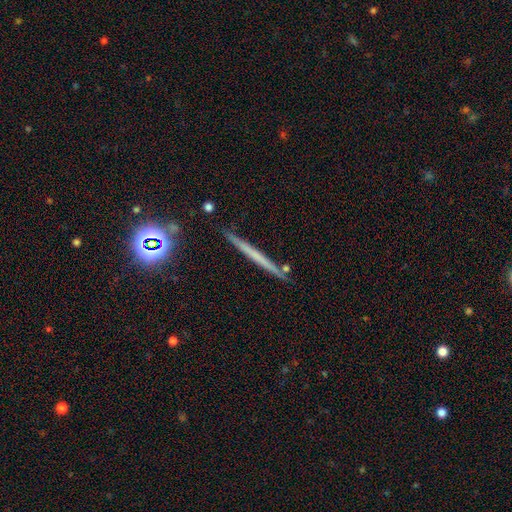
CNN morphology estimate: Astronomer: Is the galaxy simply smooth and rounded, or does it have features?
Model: featured or disk — 47% (runner-up: smooth, 40%).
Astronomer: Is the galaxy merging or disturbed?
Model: none — 88%.